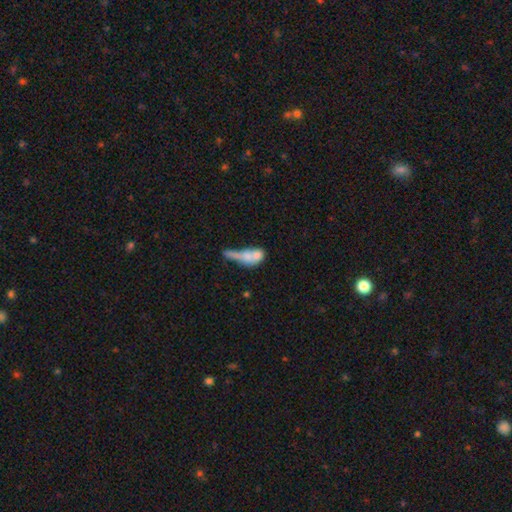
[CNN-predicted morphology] A smooth galaxy with no disk features (59%) that is in between round and cigar-shaped (61%).

Vote fractions:
- Smooth or featured? smooth: 59% / featured or disk: 31% / star or artifact: 10%
- How rounded? in between: 61% / cigar-shaped: 22% / round: 17%
- Merging? merger: 48% / major disturbance: 22% / none: 17% / minor disturbance: 13%